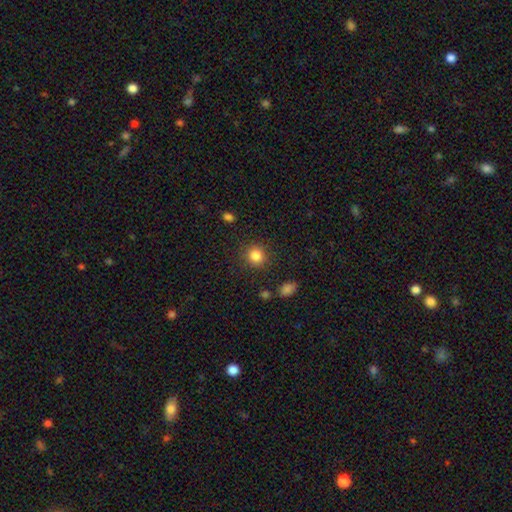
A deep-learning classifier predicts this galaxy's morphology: This appears to be a smooth galaxy with no disk features (85%) that is round (91%). Merging: none (88%).